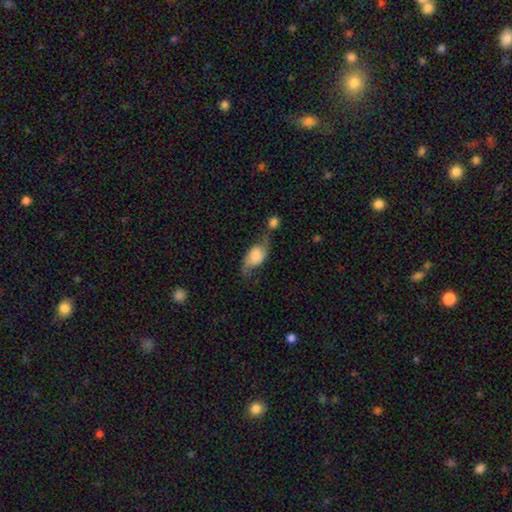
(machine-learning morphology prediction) smooth-or-featured: smooth: 46% (tied) | featured or disk: 46% (tied) | star or artifact: 8%
  merging: none: 35% | minor disturbance: 23% | merger: 23% | major disturbance: 19%